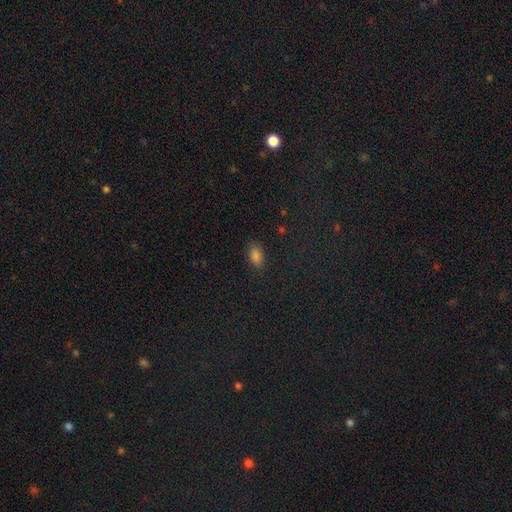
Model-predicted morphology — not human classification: This appears to be a smooth galaxy with no disk features (80%) that is in between round and cigar-shaped (90%). Merging: none (82%).